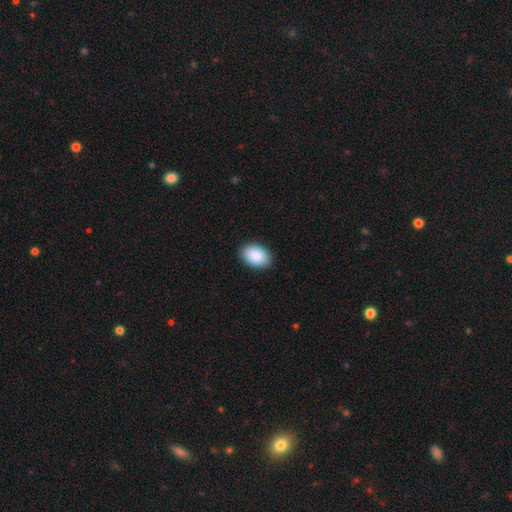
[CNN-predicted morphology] A smooth galaxy with no disk features (89%) that is in between round and cigar-shaped (86%).

Vote fractions:
- Smooth or featured? smooth: 89% / star or artifact: 6% / featured or disk: 5%
- How rounded? in between: 86% / round: 13% / cigar-shaped: 1%
- Merging? none: 90% / minor disturbance: 7% / major disturbance: 2% / merger: 1%